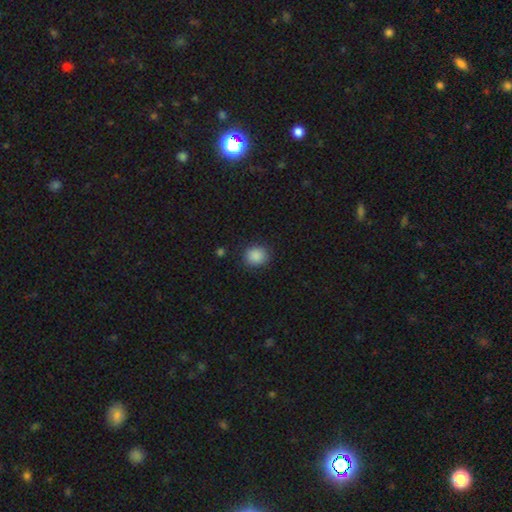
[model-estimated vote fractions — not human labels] This is clearly a smooth galaxy (88%). How rounded: clearly round (81%). Merging: clearly none (86%).